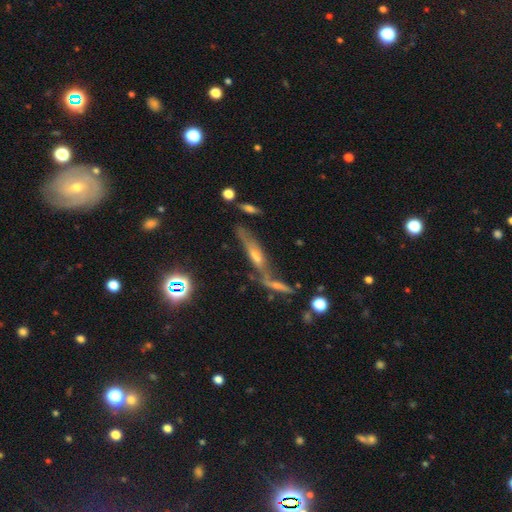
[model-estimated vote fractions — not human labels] The model was most divided on "merging": none: 44%, merger: 34%, minor disturbance: 14%, major disturbance: 9%. More confident: edge-on disk — yes (68%); smooth or featured — featured or disk (56%).